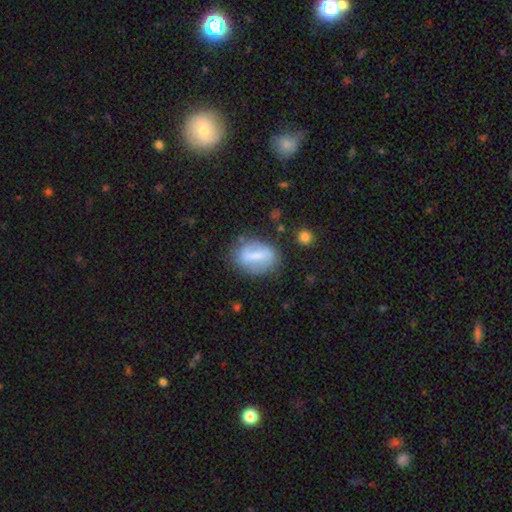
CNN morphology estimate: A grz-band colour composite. It shows a smooth galaxy with no disk features (47%). Merging: none (69%).